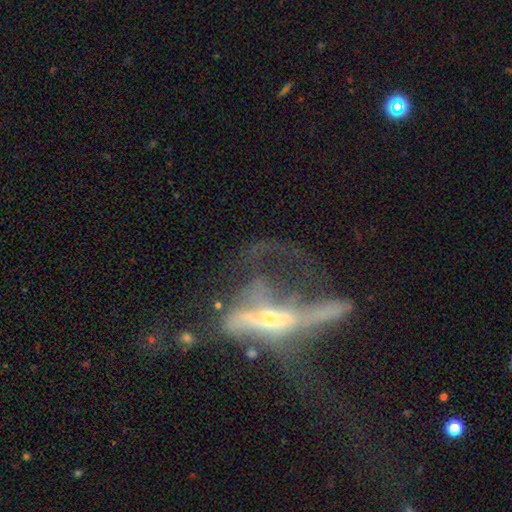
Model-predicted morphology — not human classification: Smooth or featured? featured or disk (70%)
Edge-on disk? no (71%)
Merging? major disturbance (54%)